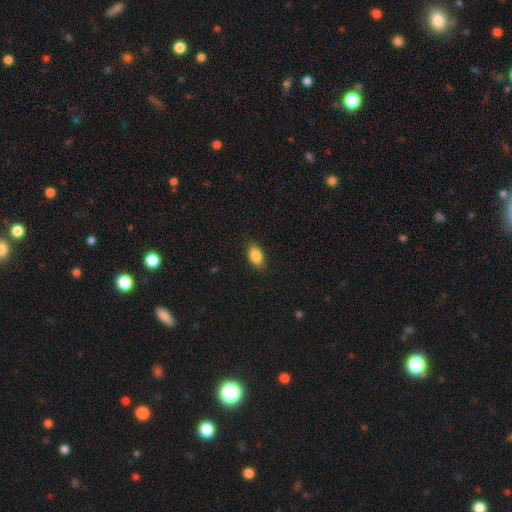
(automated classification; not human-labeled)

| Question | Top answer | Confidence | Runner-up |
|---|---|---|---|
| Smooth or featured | smooth | 88% | star or artifact (7%) |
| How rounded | in between | 91% | round (6%) |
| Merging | none | 85% | minor disturbance (11%) |